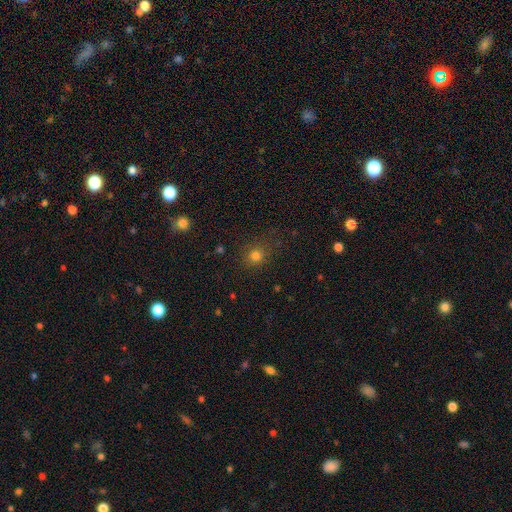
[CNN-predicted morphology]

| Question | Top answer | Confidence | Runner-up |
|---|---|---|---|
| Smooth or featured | smooth | 77% | star or artifact (16%) |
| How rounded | round | 82% | in between (17%) |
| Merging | none | 79% | minor disturbance (13%) |